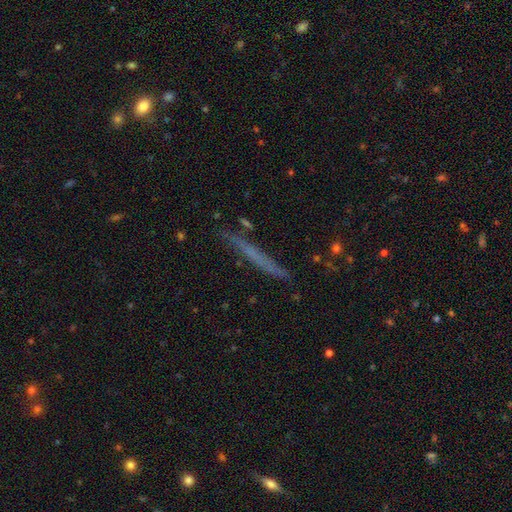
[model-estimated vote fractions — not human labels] A featured or disk galaxy (47%). Merging: none (84%).